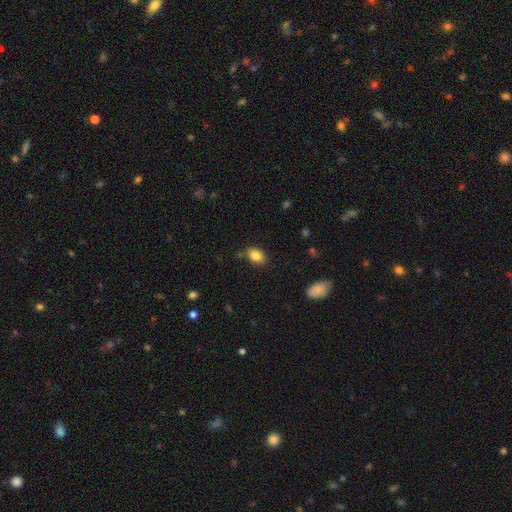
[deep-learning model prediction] Morphology: type=smooth (85%); roundness=in between (82%); merging=none (79%).